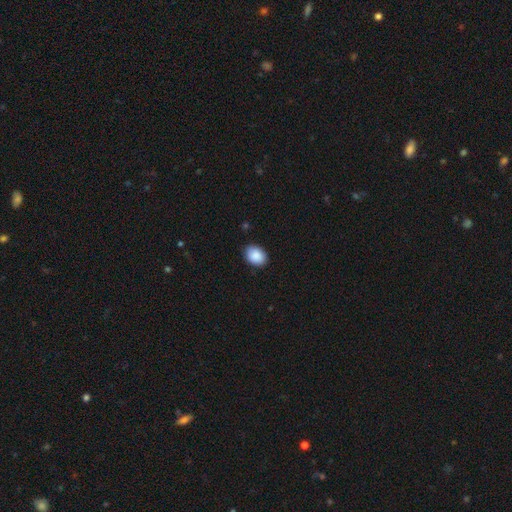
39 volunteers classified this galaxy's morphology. This is clearly a smooth galaxy (87%). How rounded: clearly in between (82%). Merging: clearly none (81%).